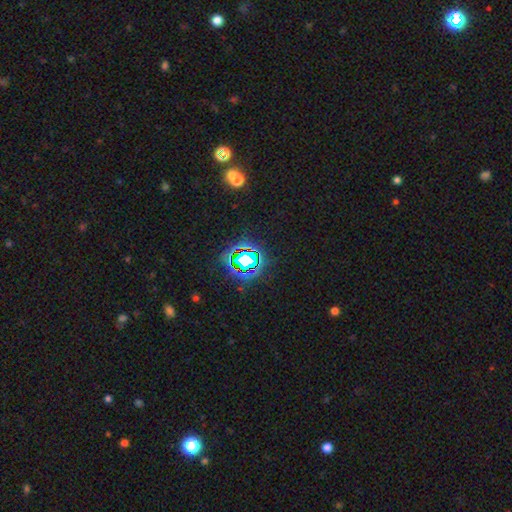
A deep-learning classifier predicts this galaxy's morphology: Smooth or featured? star or artifact (79%)